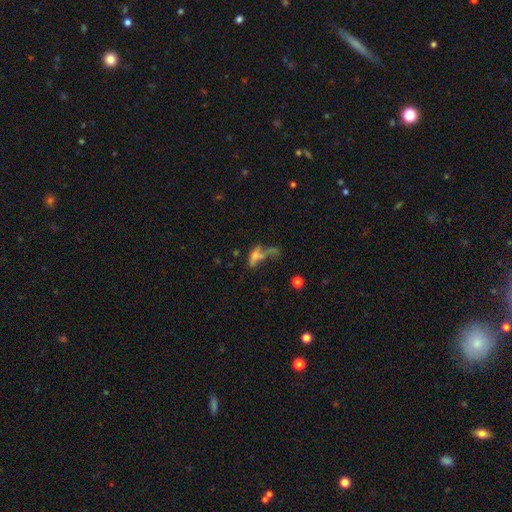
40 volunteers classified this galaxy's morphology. This appears to be a featured or disk galaxy (55%) with no bar (67%), no spiral arms (100%) and a small central bulge (58%). Merging: major disturbance (46%).